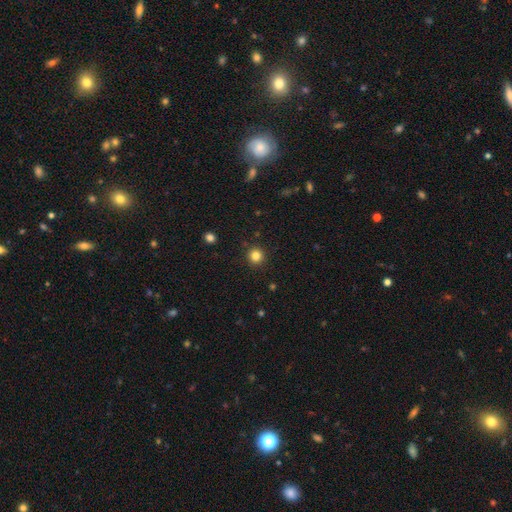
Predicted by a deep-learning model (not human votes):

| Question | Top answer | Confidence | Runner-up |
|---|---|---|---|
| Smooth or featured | smooth | 83% | star or artifact (13%) |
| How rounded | round | 94% | in between (5%) |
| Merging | none | 91% | minor disturbance (5%) |